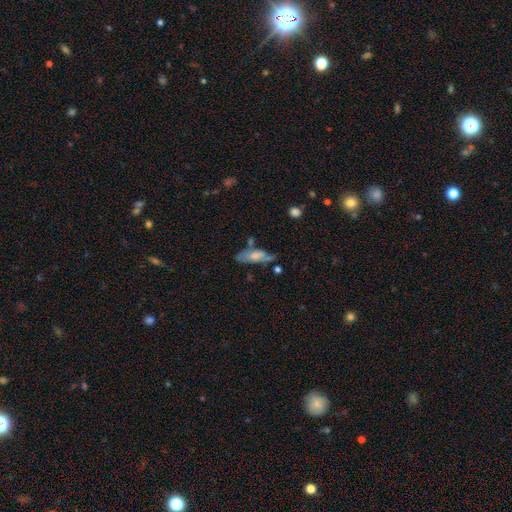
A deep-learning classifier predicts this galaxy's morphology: Q: Smooth or featured?
A: smooth (58%); runner-up: featured or disk (35%)
Q: How rounded?
A: in between (65%); runner-up: cigar-shaped (33%)
Q: Merging?
A: none (47%); runner-up: minor disturbance (28%)